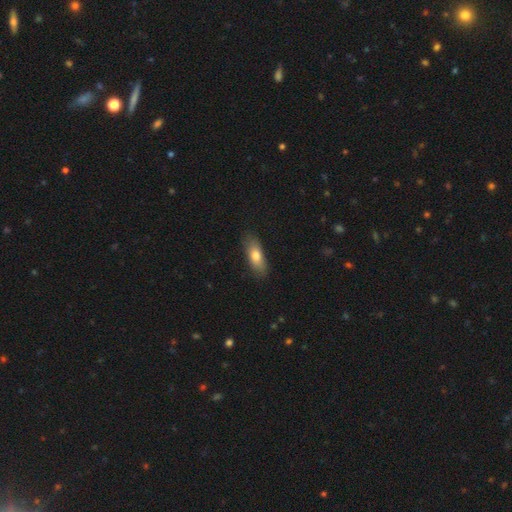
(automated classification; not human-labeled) smooth-or-featured: smooth: 75% | featured or disk: 19% | star or artifact: 7%
  how-rounded: in between: 68% | cigar-shaped: 29% | round: 3%
  merging: none: 82% | minor disturbance: 14% | major disturbance: 3% | merger: 1%